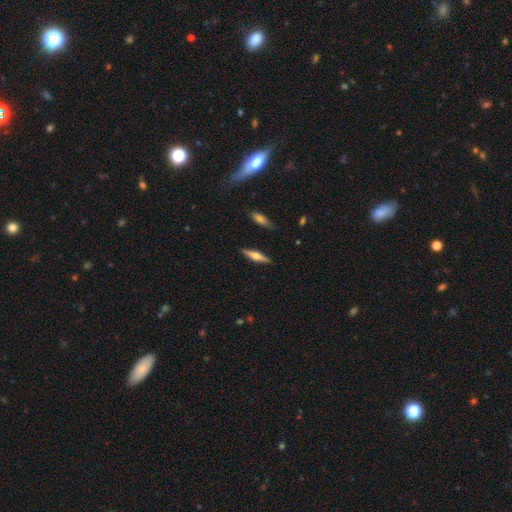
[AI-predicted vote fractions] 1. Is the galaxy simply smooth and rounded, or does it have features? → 56% featured or disk, 38% smooth, 6% star or artifact.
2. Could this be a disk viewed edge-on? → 96% yes, 4% no.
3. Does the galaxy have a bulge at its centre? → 89% rounded, 7% boxy, 4% none.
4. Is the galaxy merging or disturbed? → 88% none, 8% minor disturbance, 2% major disturbance, 2% merger.